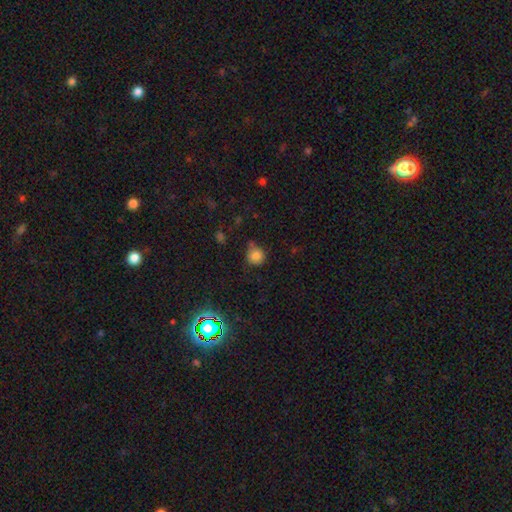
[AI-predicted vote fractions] The model was most divided on "merging": none: 62%, minor disturbance: 26%, merger: 6%, major disturbance: 6%. More confident: how rounded — round (87%); smooth or featured — smooth (80%).